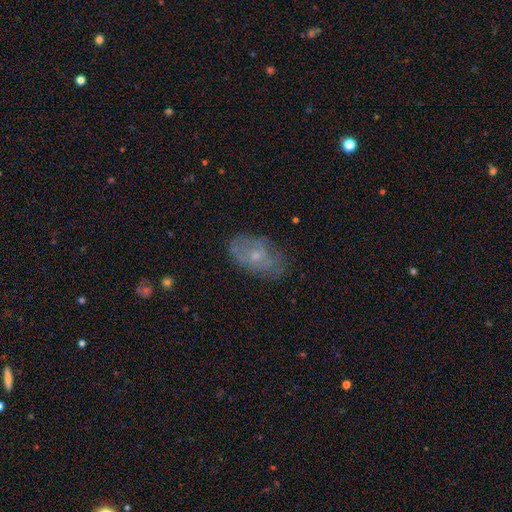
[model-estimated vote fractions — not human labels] Smooth or featured? smooth (48%)
Merging? none (68%)